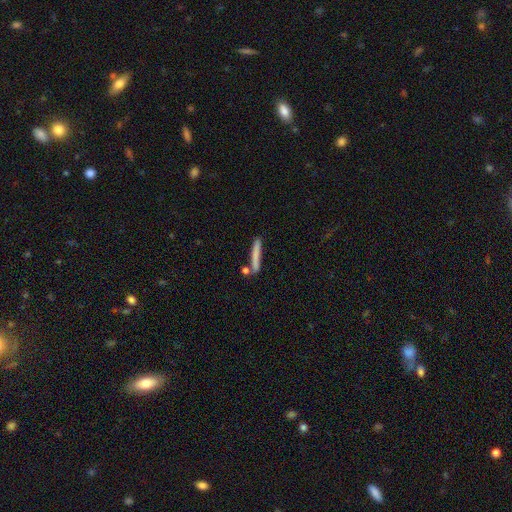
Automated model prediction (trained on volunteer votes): A smooth galaxy with no disk features (74%) that is cigar-shaped (93%).

Vote fractions:
- Smooth or featured? smooth: 74% / featured or disk: 19% / star or artifact: 7%
- How rounded? cigar-shaped: 93% / in between: 5% / round: 2%
- Merging? none: 74% / minor disturbance: 12% / merger: 11% / major disturbance: 3%